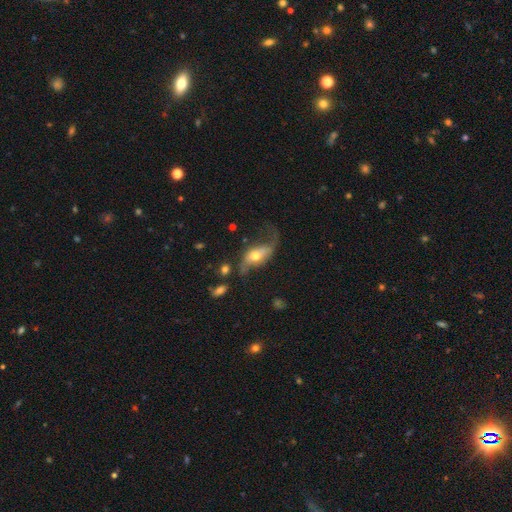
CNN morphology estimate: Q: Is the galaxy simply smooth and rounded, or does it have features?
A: featured or disk — 68%.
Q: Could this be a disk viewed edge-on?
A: no — 88%.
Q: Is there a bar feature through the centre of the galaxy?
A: no — 55%.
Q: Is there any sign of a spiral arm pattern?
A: yes — 83%.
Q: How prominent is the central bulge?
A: moderate — 67%.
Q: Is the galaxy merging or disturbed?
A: none — 42%.